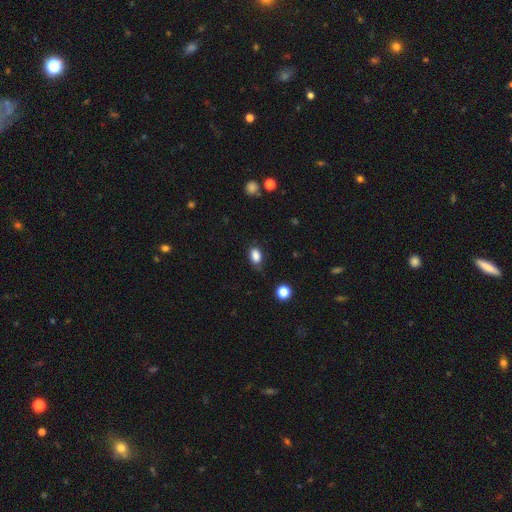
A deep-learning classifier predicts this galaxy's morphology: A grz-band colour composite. It shows a smooth galaxy with no disk features (86%) that is in between round and cigar-shaped (84%). Merging: none (69%).